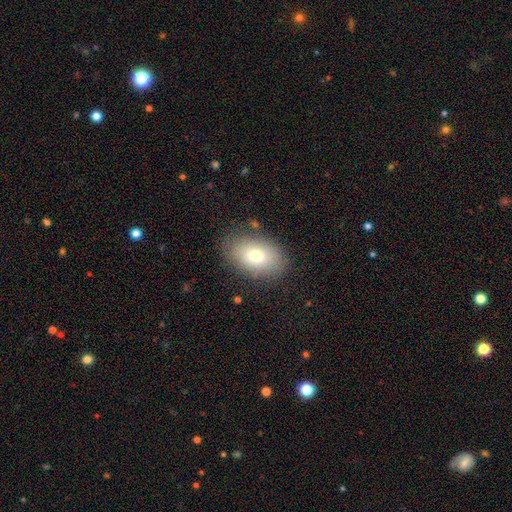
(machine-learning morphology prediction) The model was most divided on "smooth or featured": smooth: 73%, featured or disk: 17%, star or artifact: 10%. More confident: how rounded — in between (85%); merging — none (82%).